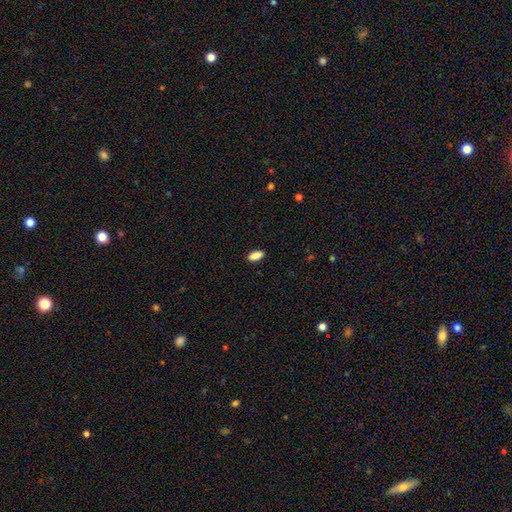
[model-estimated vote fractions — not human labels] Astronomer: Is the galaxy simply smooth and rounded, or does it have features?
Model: smooth — 88%.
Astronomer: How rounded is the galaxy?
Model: in between — 85%.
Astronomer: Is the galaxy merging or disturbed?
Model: none — 89%.